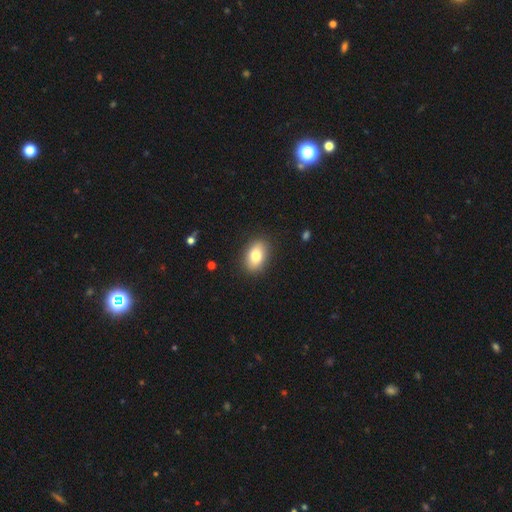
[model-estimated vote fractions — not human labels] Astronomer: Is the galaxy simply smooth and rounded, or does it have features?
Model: smooth — 81%.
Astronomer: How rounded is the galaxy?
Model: in between — 85%.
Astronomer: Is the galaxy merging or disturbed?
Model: none — 87%.